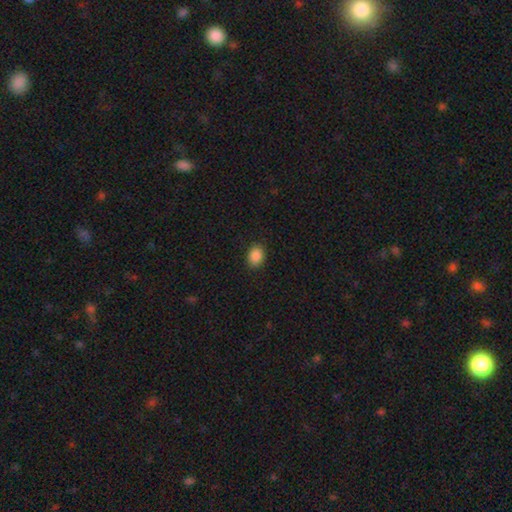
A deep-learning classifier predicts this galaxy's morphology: type=smooth (88%); roundness=in between (65%); merging=none (88%).